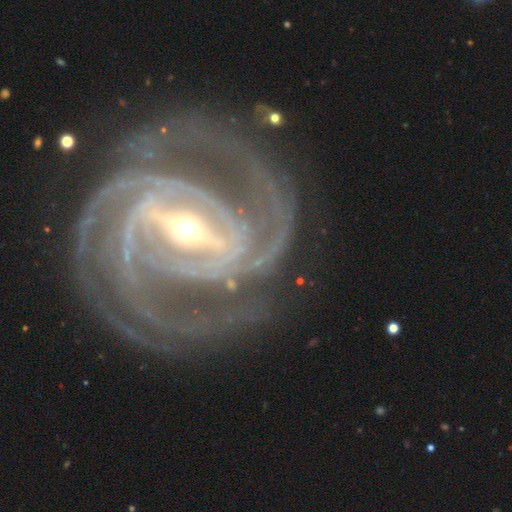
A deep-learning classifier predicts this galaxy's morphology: smooth-or-featured: featured or disk: 93% | star or artifact: 4% | smooth: 2%
  disk-edge-on: no: 97% | yes: 3%
    bar: strong: 78% | weak: 17% | no: 5%
    has-spiral-arms: yes: 99% | no: 1%
      spiral-winding: tight: 70% | medium: 26% | loose: 4%
      spiral-arm-count: 3: 25% | 4: 24% | 2: 22% | can't tell: 11% | more than 4: 9% | 1: 7%
    bulge-size: small: 61% | moderate: 35% | large: 2% | none: 1% | dominant: 1%
  merging: none: 78% | minor disturbance: 13% | major disturbance: 7% | merger: 2%